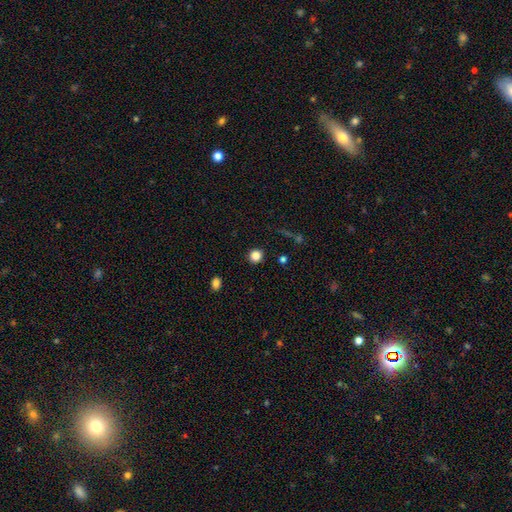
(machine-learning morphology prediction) Smooth or featured? smooth (84%)
How rounded? round (93%)
Merging? none (91%)